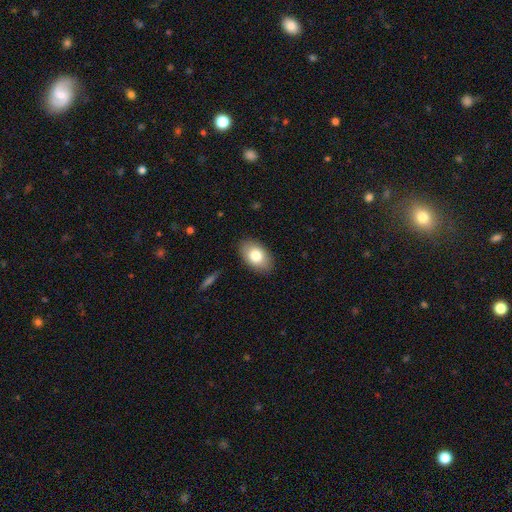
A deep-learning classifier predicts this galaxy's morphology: Q: Smooth or featured?
A: smooth (79%); runner-up: featured or disk (14%)
Q: How rounded?
A: in between (90%); runner-up: round (8%)
Q: Merging?
A: none (87%); runner-up: minor disturbance (10%)